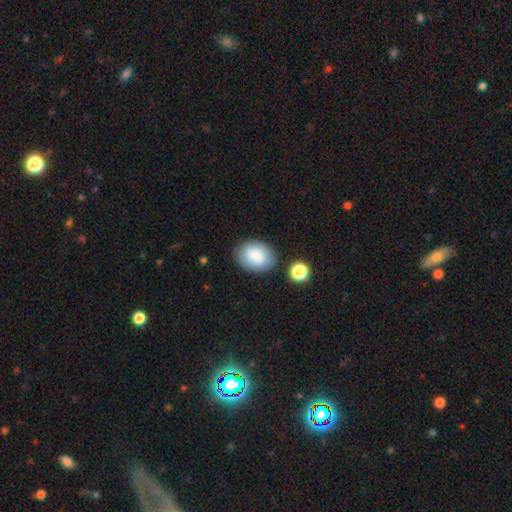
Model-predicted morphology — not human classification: A smooth galaxy with no disk features (76%) that is in between round and cigar-shaped (65%).

Vote fractions:
- Smooth or featured? smooth: 76% / featured or disk: 16% / star or artifact: 8%
- How rounded? in between: 65% / round: 34% / cigar-shaped: 1%
- Merging? none: 78% / minor disturbance: 13% / merger: 5% / major disturbance: 4%